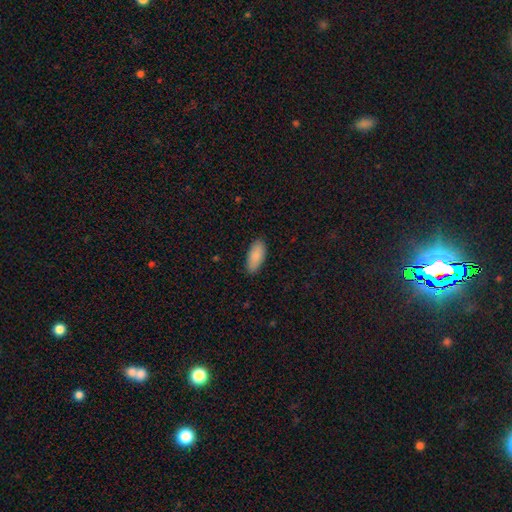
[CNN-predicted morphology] Overall: smooth (89%). How rounded: in between (87%). Merging: none (86%).